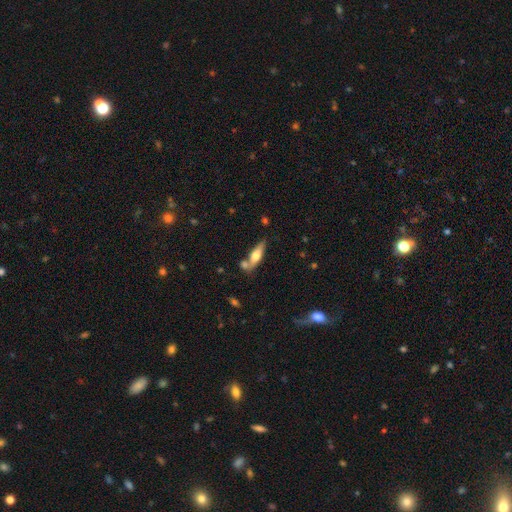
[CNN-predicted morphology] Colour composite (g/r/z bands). It shows a smooth galaxy with no disk features (51%) that is cigar-shaped (56%). Merging: none (57%).